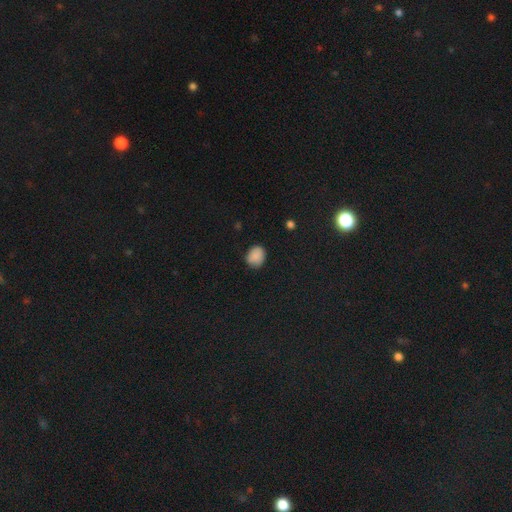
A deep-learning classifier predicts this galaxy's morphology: A smooth galaxy with no disk features (87%) that is round (58%).

Vote fractions:
- Smooth or featured? smooth: 87% / star or artifact: 9% / featured or disk: 4%
- How rounded? round: 58% / in between: 41% / cigar-shaped: 1%
- Merging? none: 81% / minor disturbance: 15% / major disturbance: 3% / merger: 1%